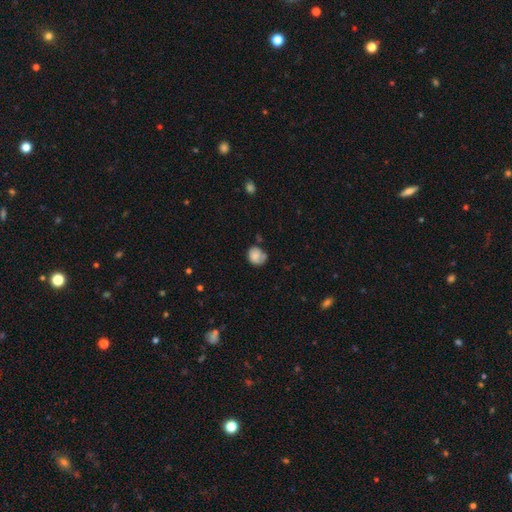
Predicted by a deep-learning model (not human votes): A smooth galaxy with no disk features (77%) that is round (64%). Merging: none (49%).